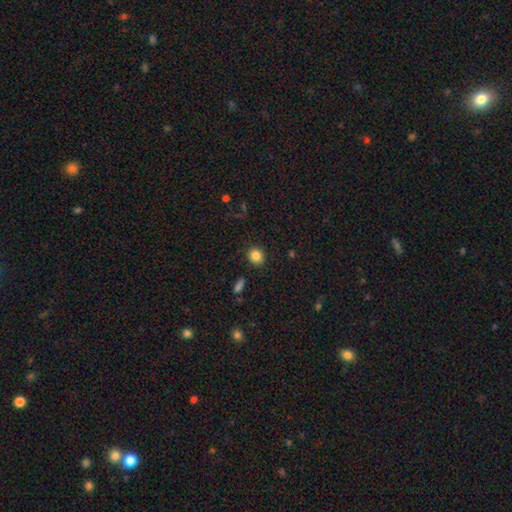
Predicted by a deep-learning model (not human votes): This is clearly a smooth galaxy (85%). How rounded: clearly round (84%). Merging: clearly none (90%).